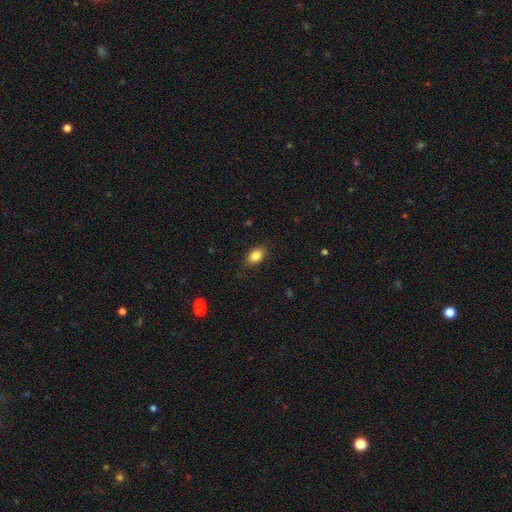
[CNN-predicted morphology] Smooth or featured: smooth — 84% (star or artifact — 9%)
How rounded: in between — 82% (round — 16%)
Merging: none — 84% (minor disturbance — 12%)